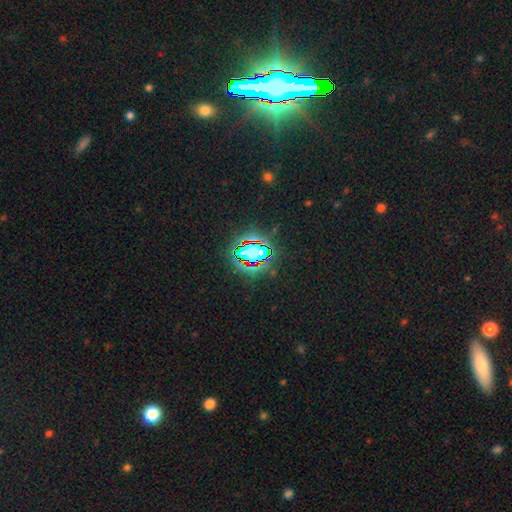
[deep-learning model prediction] This is likely a star or artifact rather than a galaxy (70%).